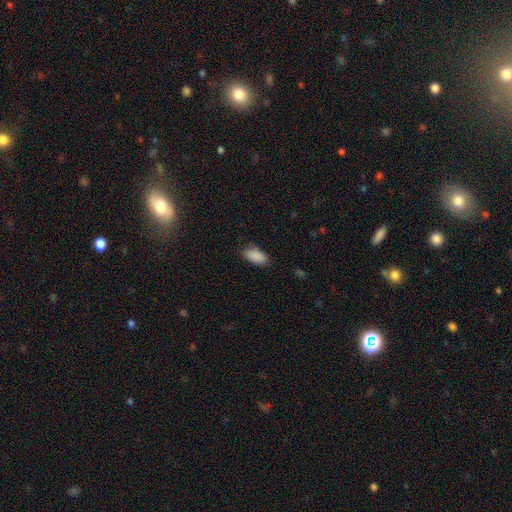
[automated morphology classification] Smooth or featured: smooth — 89% (star or artifact — 7%)
How rounded: in between — 92% (cigar-shaped — 5%)
Merging: none — 81% (minor disturbance — 15%)